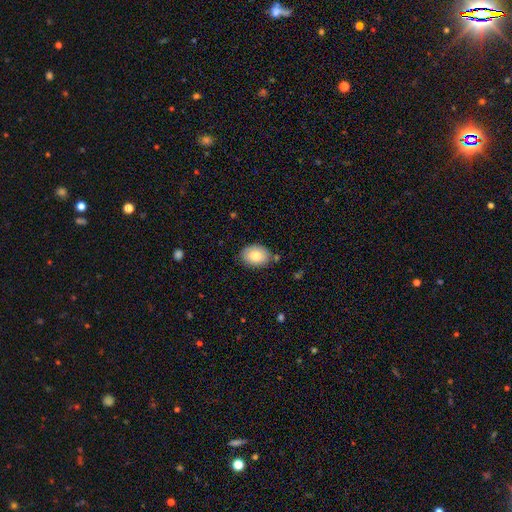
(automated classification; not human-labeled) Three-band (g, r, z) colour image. It shows a smooth galaxy with no disk features (81%) that is in between round and cigar-shaped (74%). Merging: none (79%).